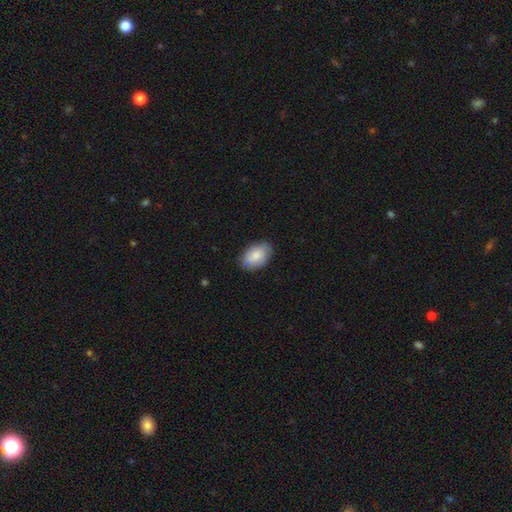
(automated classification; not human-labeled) smooth 82%, featured or disk 12%, star or artifact 6%. Down the decision tree: how rounded — in between (90%); merging — none (79%).